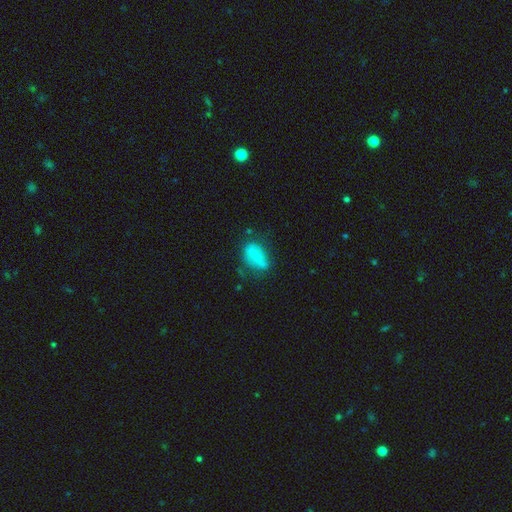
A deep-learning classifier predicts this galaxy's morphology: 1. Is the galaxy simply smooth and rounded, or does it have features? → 62% smooth, 29% featured or disk, 9% star or artifact.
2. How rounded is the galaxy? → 85% in between, 12% round, 4% cigar-shaped.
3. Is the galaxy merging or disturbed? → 49% none, 29% minor disturbance, 14% major disturbance, 8% merger.